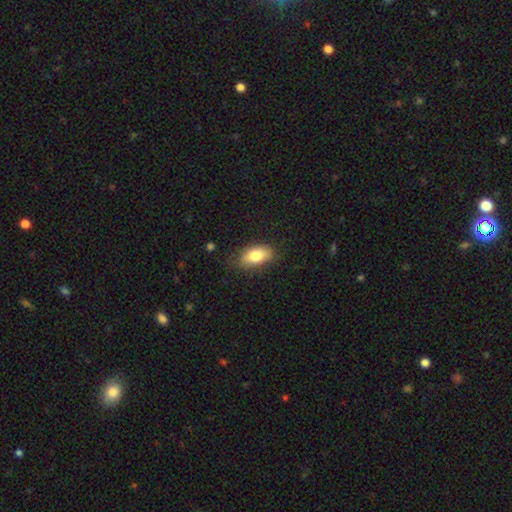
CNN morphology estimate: Overall: smooth (79%). How rounded: in between (90%). Merging: none (81%).